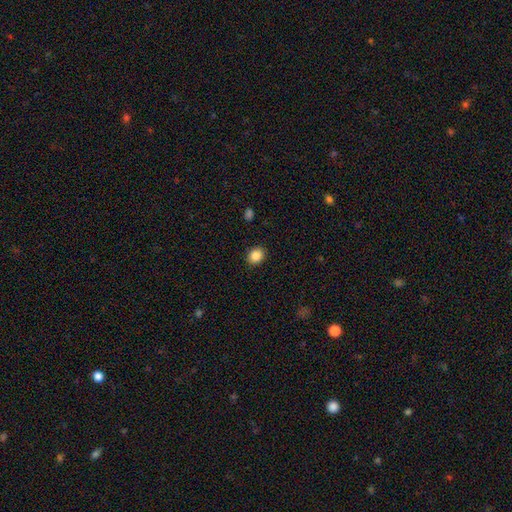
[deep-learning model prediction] Overall: smooth (87%). How rounded: round (60%; in between 39%). Merging: none (90%).